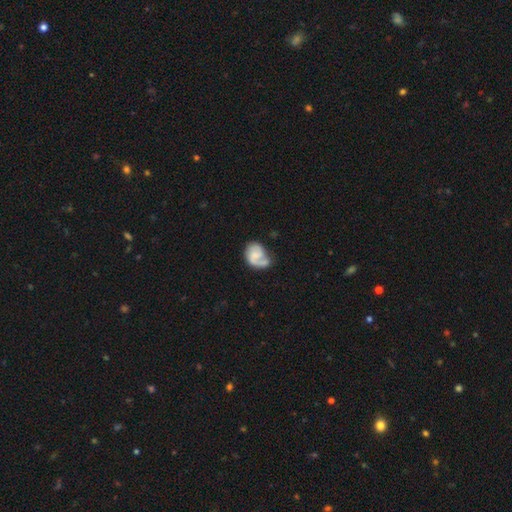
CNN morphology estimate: A featured or disk galaxy (66%) with no bar (56%), 2 (51%) medium (42%) spiral arms (89%) and a small central bulge (37%). Merging: none (45%).